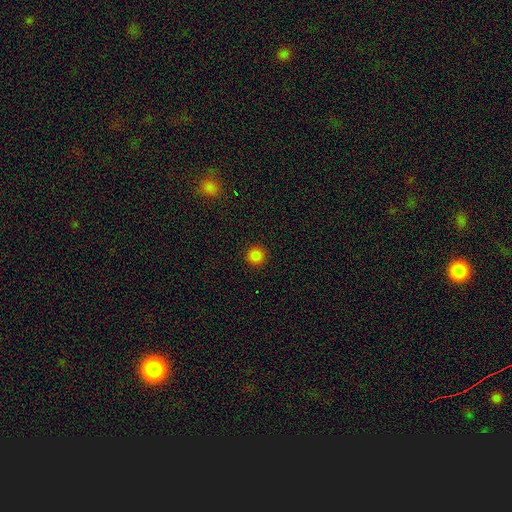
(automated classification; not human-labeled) Smooth or featured: smooth — 85% (star or artifact — 13%)
How rounded: round — 95% (in between — 4%)
Merging: none — 92% (minor disturbance — 5%)